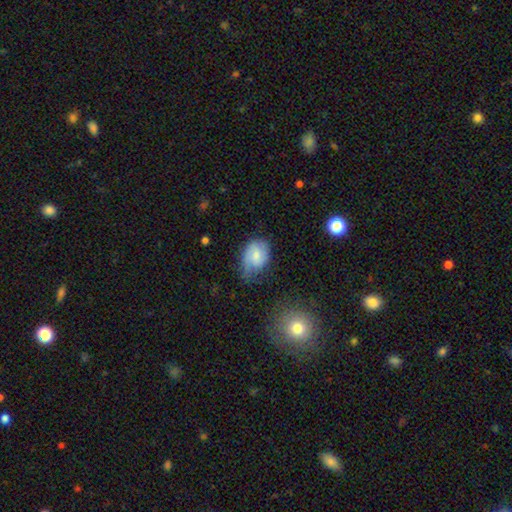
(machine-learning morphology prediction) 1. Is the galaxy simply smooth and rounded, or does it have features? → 56% smooth, 37% featured or disk, 8% star or artifact.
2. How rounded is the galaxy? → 67% in between, 32% round, 1% cigar-shaped.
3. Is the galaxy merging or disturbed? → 44% none, 37% minor disturbance, 16% major disturbance, 3% merger.